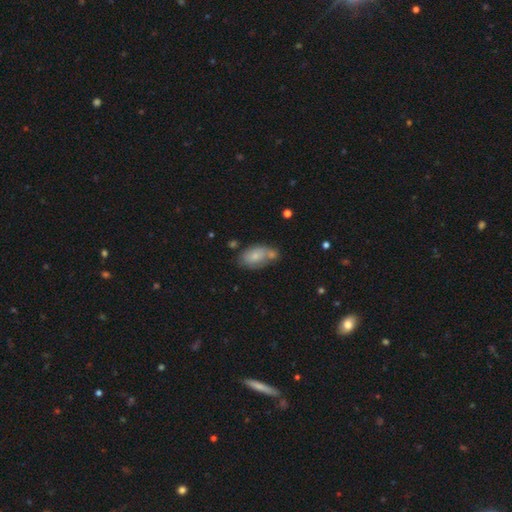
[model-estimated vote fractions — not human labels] The model was most divided on "merging": none: 44%, merger: 27%, minor disturbance: 22%, major disturbance: 7%. More confident: how rounded — in between (91%); smooth or featured — smooth (70%).